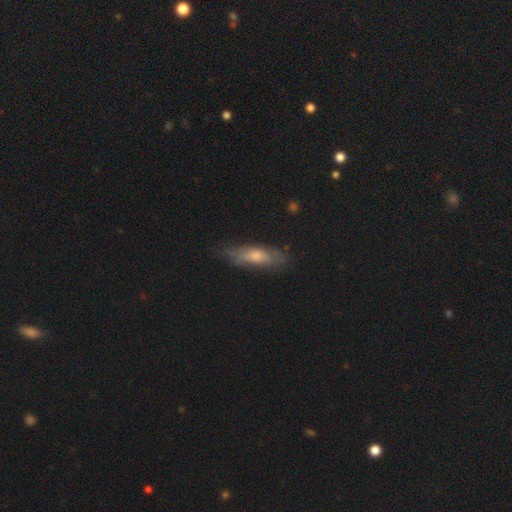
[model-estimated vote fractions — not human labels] smooth-or-featured: smooth: 52% | featured or disk: 40% | star or artifact: 7%
  how-rounded: cigar-shaped: 63% | in between: 35% | round: 2%
  merging: none: 73% | minor disturbance: 20% | major disturbance: 5% | merger: 2%